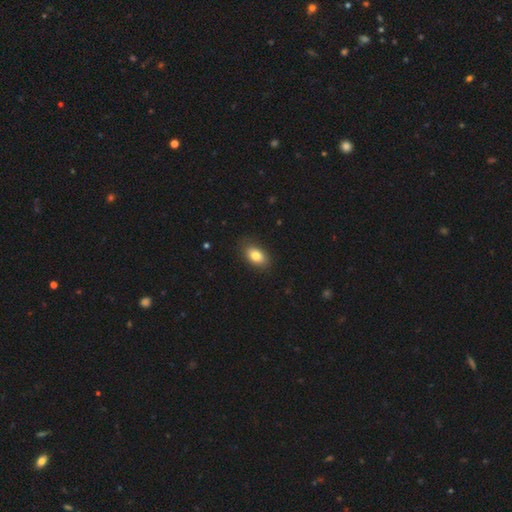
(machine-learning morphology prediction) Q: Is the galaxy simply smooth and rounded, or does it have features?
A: smooth — 82%.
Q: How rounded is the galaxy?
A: in between — 89%.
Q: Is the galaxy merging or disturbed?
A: none — 86%.